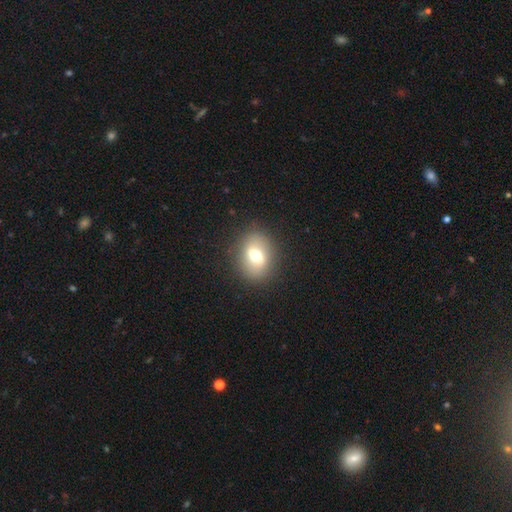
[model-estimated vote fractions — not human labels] Morphology: type=smooth (64%); roundness=round (54%); merging=none (86%).